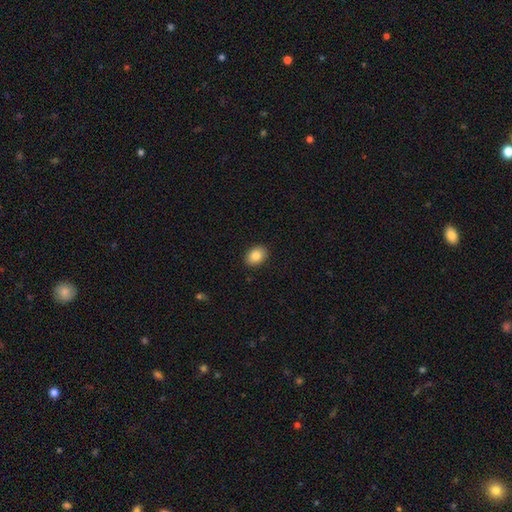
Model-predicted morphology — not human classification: This is clearly a smooth galaxy (86%). How rounded: likely in between (72%). Merging: clearly none (90%).